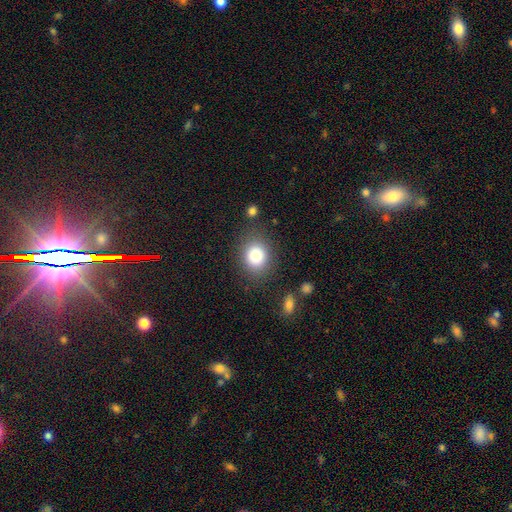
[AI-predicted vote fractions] Morphology: type=smooth (80%); roundness=round (62%); merging=none (82%).